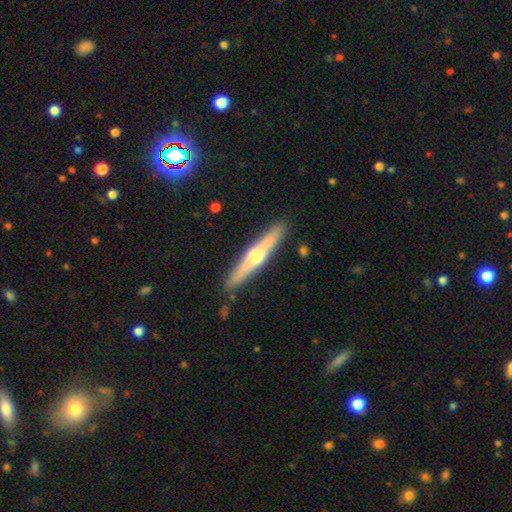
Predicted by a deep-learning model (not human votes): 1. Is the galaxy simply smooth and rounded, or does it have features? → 64% featured or disk, 29% smooth, 7% star or artifact.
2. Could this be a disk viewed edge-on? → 96% yes, 4% no.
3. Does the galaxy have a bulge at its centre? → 87% rounded, 8% none, 5% boxy.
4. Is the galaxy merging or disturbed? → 88% none, 8% minor disturbance, 2% merger, 2% major disturbance.